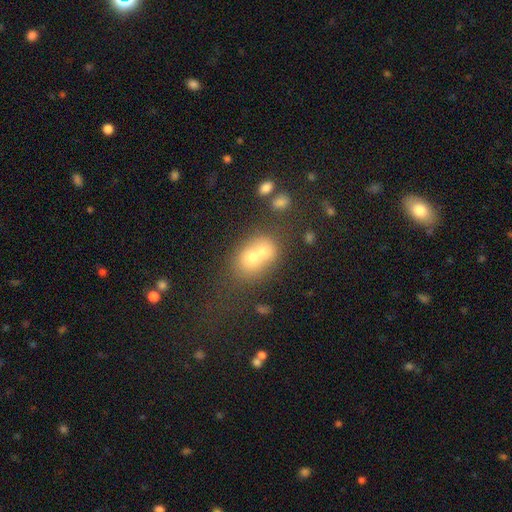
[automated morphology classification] Q: Smooth or featured?
A: smooth (64%); runner-up: featured or disk (24%)
Q: How rounded?
A: in between (51%); runner-up: round (48%)
Q: Merging?
A: merger (67%); runner-up: none (22%)